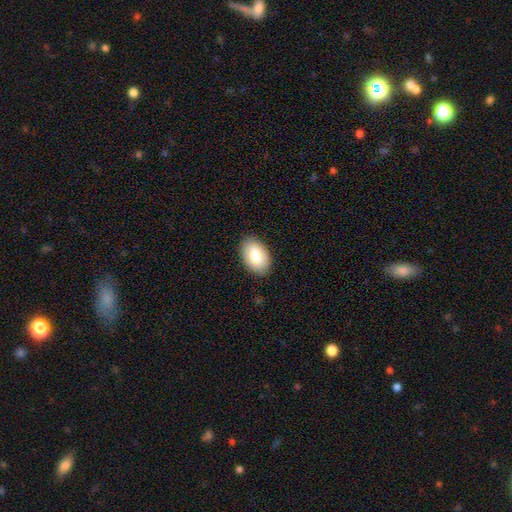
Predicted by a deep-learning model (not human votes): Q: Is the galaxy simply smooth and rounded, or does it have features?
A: smooth — 85%.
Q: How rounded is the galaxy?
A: in between — 93%.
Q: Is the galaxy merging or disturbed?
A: none — 88%.